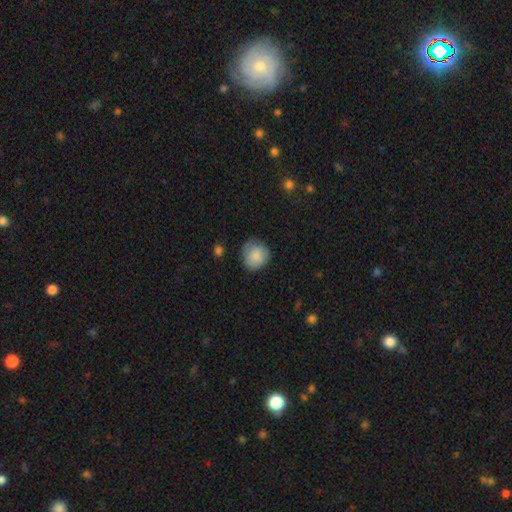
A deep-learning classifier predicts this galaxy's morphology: Overall: smooth (85%). How rounded: round (86%). Merging: none (73%).